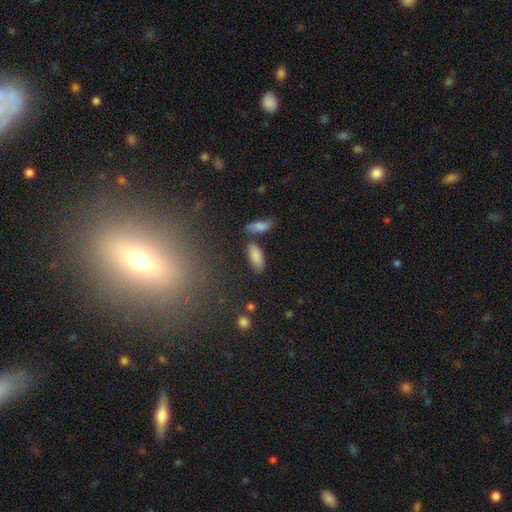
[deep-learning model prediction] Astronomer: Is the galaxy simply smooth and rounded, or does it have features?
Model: smooth — 85%.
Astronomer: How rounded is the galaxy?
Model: in between — 82%.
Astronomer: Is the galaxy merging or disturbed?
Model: none — 74%.